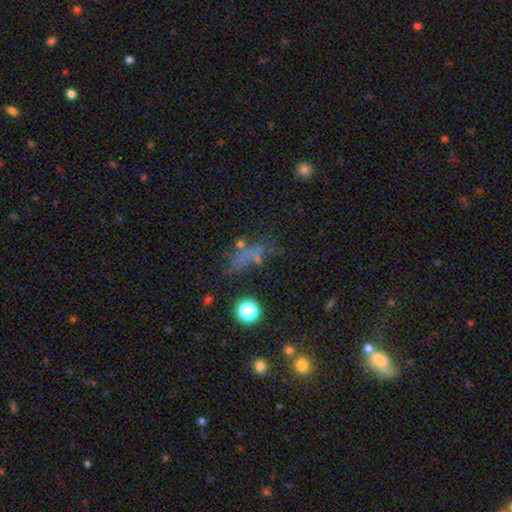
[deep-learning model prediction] This is possibly a smooth galaxy (46%). Merging: possibly none (52%).